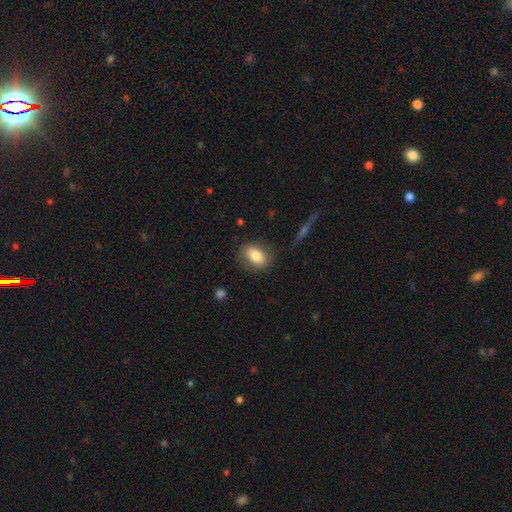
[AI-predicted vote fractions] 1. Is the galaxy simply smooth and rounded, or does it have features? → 79% smooth, 14% featured or disk, 8% star or artifact.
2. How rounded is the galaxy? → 79% in between, 18% round, 3% cigar-shaped.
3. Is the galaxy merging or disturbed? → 80% none, 14% minor disturbance, 4% major disturbance, 2% merger.